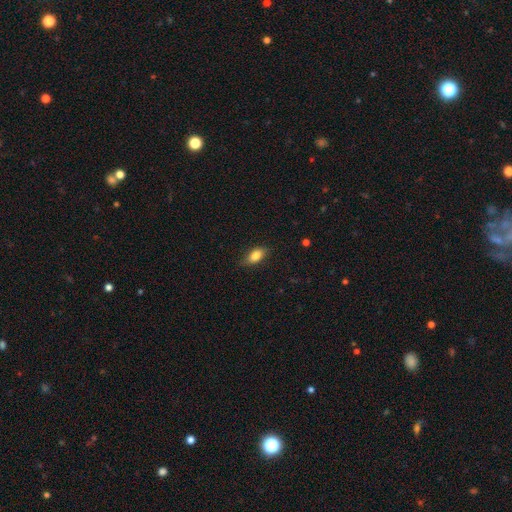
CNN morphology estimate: smooth-or-featured: smooth: 80% | featured or disk: 12% | star or artifact: 8%
  how-rounded: in between: 85% | cigar-shaped: 9% | round: 6%
  merging: none: 79% | minor disturbance: 17% | major disturbance: 3% | merger: 1%